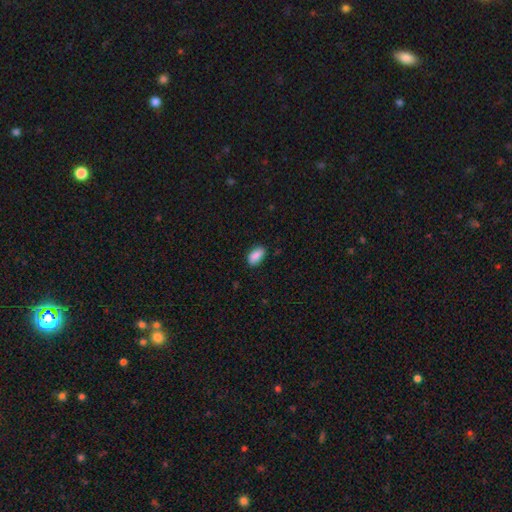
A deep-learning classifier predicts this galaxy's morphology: This appears to be a smooth galaxy with no disk features (88%) that is in between round and cigar-shaped (92%). Merging: none (83%).